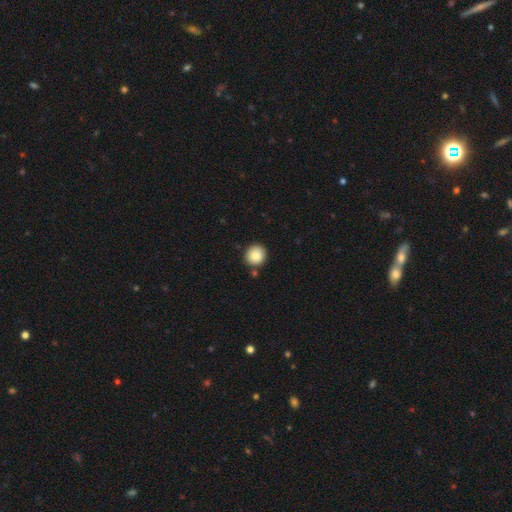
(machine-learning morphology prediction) This appears to be a smooth galaxy with no disk features (86%) that is round (91%). Merging: none (85%).